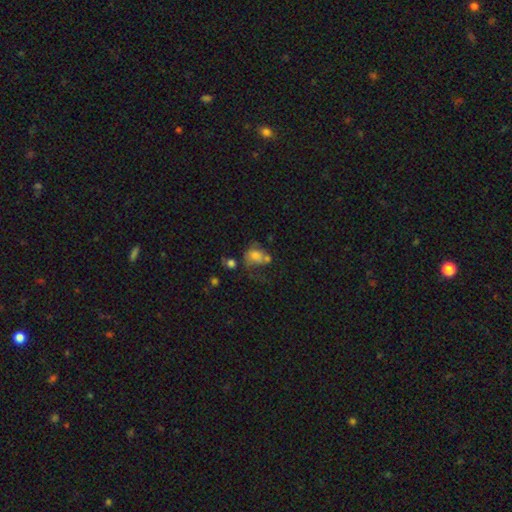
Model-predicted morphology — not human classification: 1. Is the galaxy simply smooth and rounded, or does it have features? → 58% smooth, 27% featured or disk, 15% star or artifact.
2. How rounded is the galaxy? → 51% in between, 47% round, 1% cigar-shaped.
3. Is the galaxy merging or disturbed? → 29% none, 28% major disturbance, 23% merger, 19% minor disturbance.